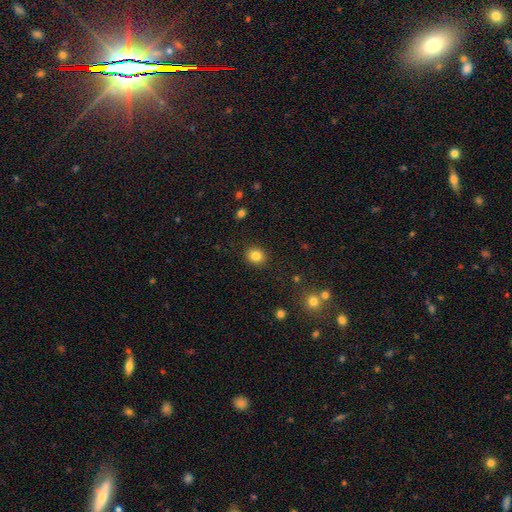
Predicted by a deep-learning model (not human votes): This is clearly a smooth galaxy (84%). How rounded: likely round (69%). Merging: clearly none (89%).